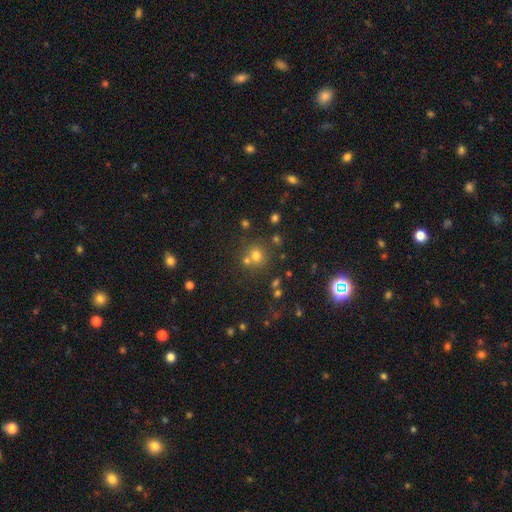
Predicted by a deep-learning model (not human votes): Smooth or featured? smooth (58%)
How rounded? round (90%)
Merging? none (68%)